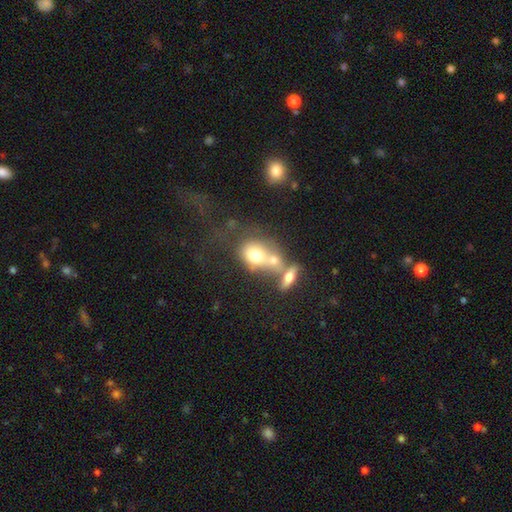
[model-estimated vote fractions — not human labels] This is likely a smooth galaxy (67%). How rounded: possibly in between (57%). Merging: possibly merger (54%).